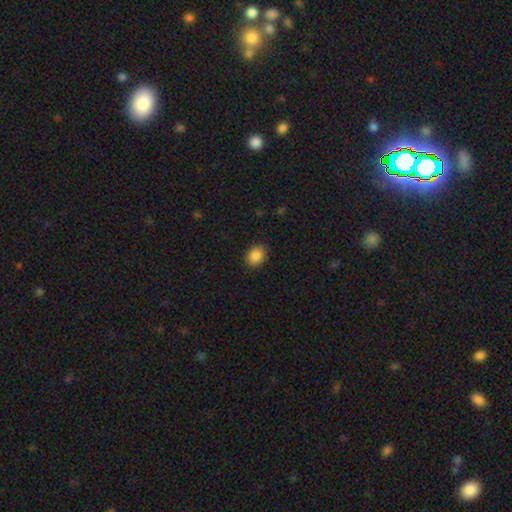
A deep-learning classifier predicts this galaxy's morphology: Q: Smooth or featured?
A: smooth (87%); runner-up: star or artifact (9%)
Q: How rounded?
A: in between (51%); runner-up: round (48%)
Q: Merging?
A: none (89%); runner-up: minor disturbance (8%)